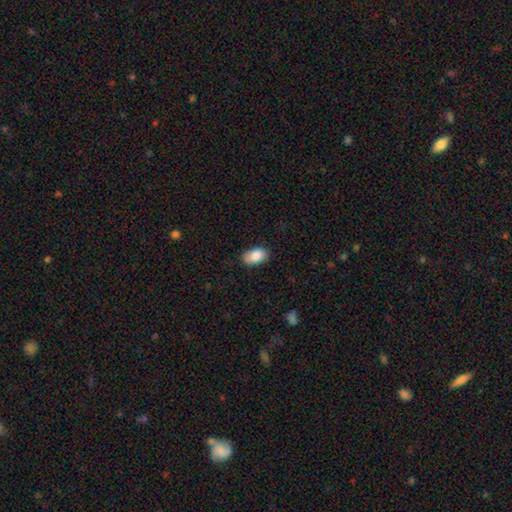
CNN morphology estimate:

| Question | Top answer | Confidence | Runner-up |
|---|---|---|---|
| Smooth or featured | smooth | 88% | star or artifact (7%) |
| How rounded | in between | 92% | round (6%) |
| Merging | none | 84% | minor disturbance (13%) |